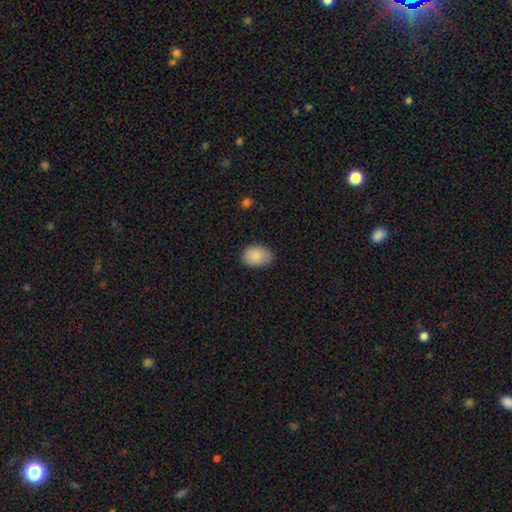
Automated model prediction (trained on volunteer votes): This is clearly a smooth galaxy (86%). How rounded: likely in between (76%). Merging: likely none (78%).